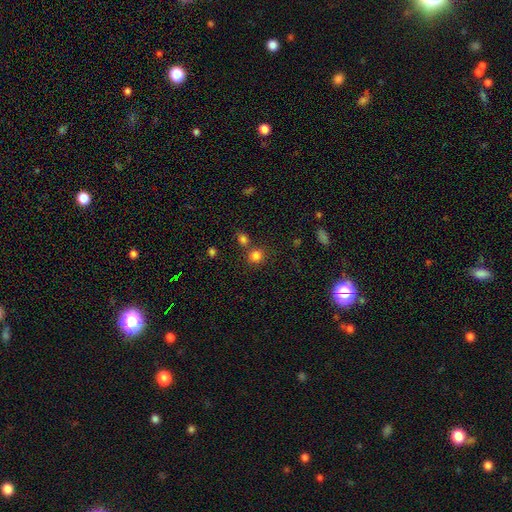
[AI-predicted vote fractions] Q: Smooth or featured?
A: smooth (81%); runner-up: star or artifact (14%)
Q: How rounded?
A: round (84%); runner-up: in between (15%)
Q: Merging?
A: none (68%); runner-up: merger (19%)